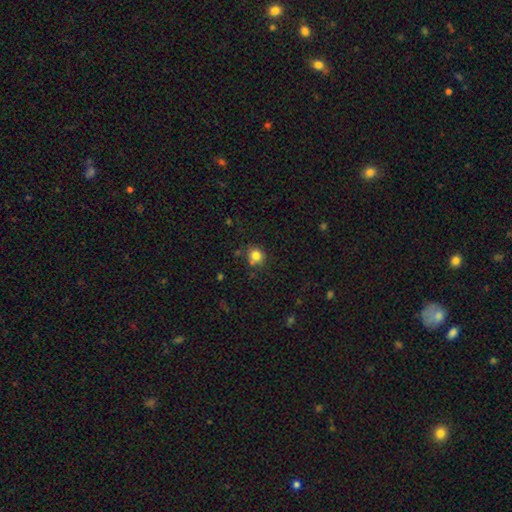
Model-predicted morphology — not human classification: The model was most divided on "merging": none: 75%, minor disturbance: 13%, merger: 8%, major disturbance: 3%. More confident: how rounded — round (85%); smooth or featured — smooth (81%).